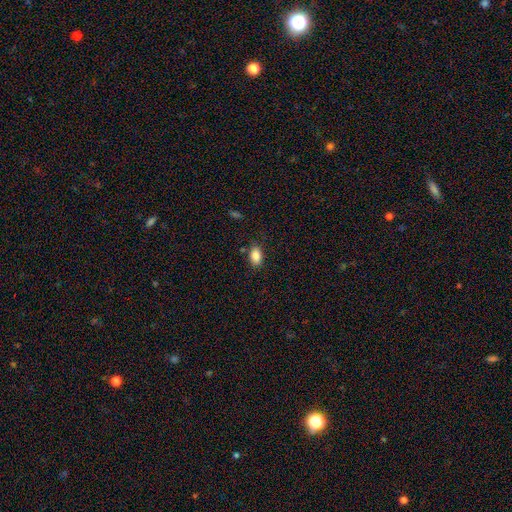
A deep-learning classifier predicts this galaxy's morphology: Smooth or featured? smooth (86%)
How rounded? in between (87%)
Merging? none (82%)